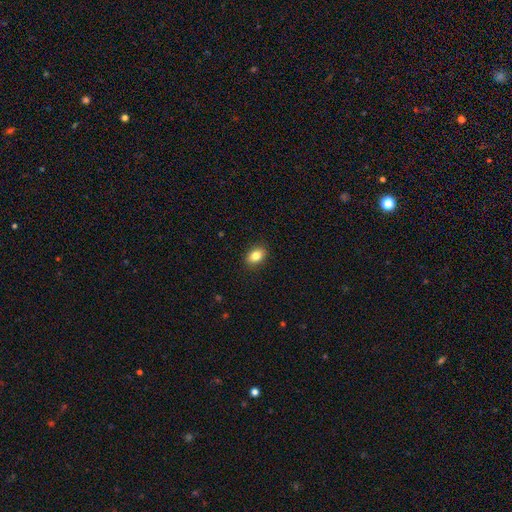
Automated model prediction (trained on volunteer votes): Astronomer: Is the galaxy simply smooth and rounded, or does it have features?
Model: smooth — 84%.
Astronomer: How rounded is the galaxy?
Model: in between — 80%.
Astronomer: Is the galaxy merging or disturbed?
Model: none — 89%.